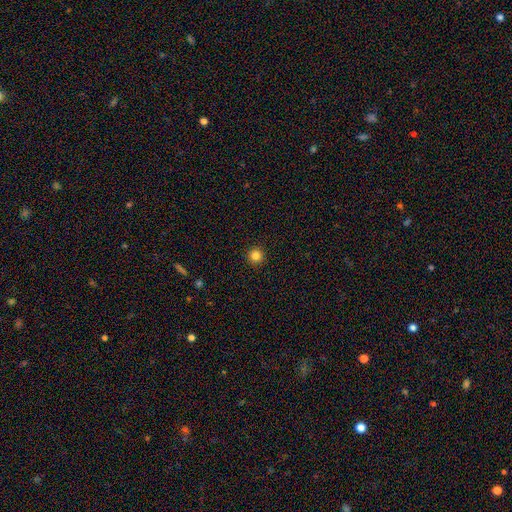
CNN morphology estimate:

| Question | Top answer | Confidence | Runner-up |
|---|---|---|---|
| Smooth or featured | smooth | 83% | star or artifact (12%) |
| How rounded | round | 96% | in between (3%) |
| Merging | none | 93% | minor disturbance (4%) |